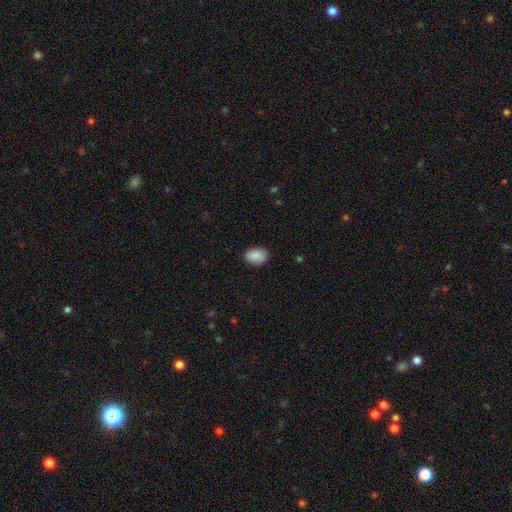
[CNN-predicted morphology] Q: Smooth or featured?
A: smooth (88%); runner-up: star or artifact (7%)
Q: How rounded?
A: in between (80%); runner-up: round (19%)
Q: Merging?
A: none (84%); runner-up: minor disturbance (12%)